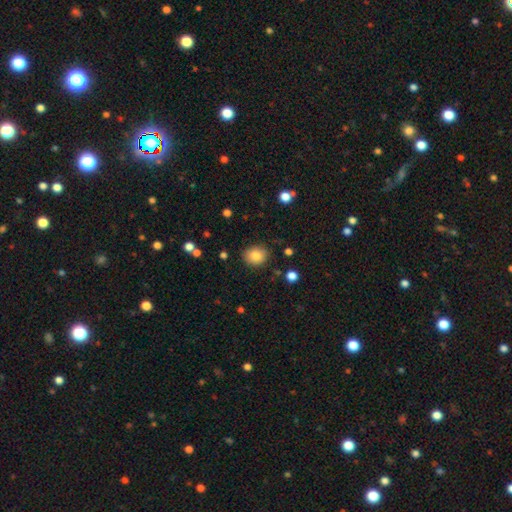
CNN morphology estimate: Smooth or featured: smooth — 84% (star or artifact — 10%)
How rounded: round — 67% (in between — 32%)
Merging: none — 86% (minor disturbance — 10%)